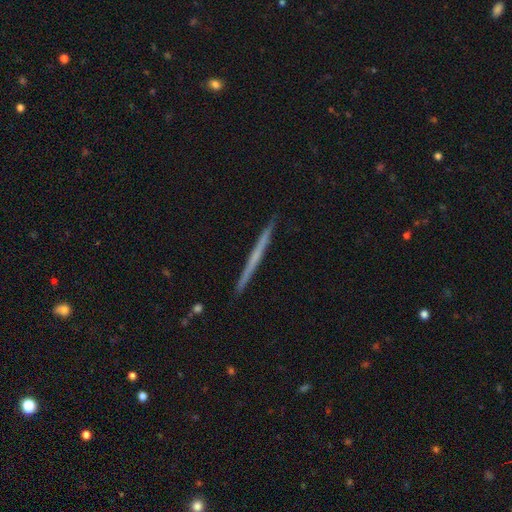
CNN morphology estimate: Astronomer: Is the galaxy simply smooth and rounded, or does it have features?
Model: featured or disk — 56% (runner-up: smooth, 38%).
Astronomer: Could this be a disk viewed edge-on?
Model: yes — 98%.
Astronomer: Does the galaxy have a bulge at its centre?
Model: none — 88%.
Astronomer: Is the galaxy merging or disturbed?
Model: none — 93%.